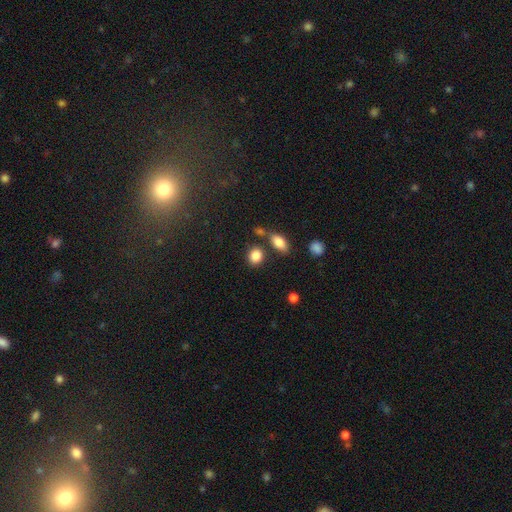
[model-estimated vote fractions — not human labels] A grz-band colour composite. It shows a smooth galaxy with no disk features (85%) that is round (58%). Merging: none (73%).